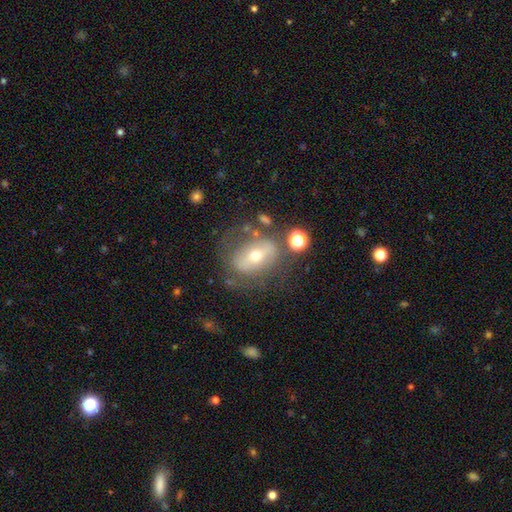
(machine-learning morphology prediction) A featured or disk galaxy (59%) with no bar (43%), spiral arms (51%) and a moderate central bulge (56%).

Vote fractions:
- Smooth or featured? featured or disk: 59% / smooth: 27% / star or artifact: 14%
- Edge-on disk? no: 92% / yes: 8%
- Bar? no: 43% / weak: 32% / strong: 25%
- Spiral arms? yes: 51% / no: 49%
- Bulge size? moderate: 56% / small: 38% / large: 4% / none: 1% / dominant: 1%
- Merging? none: 59% / minor disturbance: 18% / major disturbance: 14% / merger: 9%